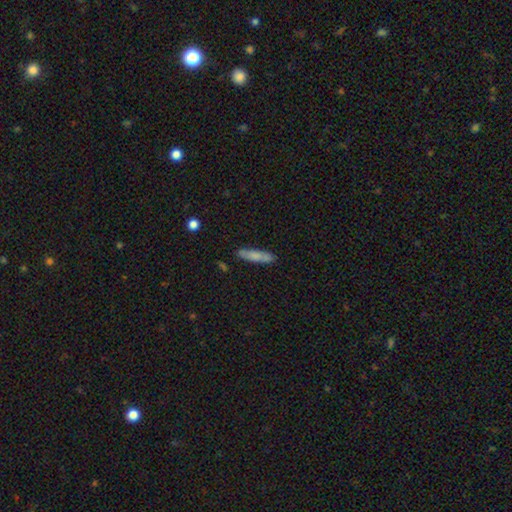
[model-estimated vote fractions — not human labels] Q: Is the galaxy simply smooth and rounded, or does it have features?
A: smooth — 75%.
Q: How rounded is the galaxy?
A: cigar-shaped — 81%.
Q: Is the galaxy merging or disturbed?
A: none — 83%.